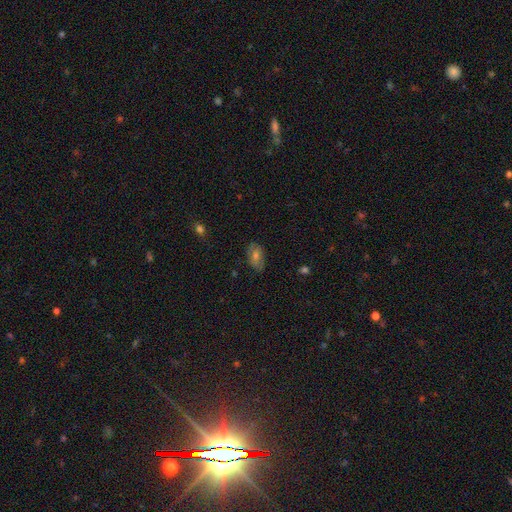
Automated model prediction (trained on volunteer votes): Overall: smooth (53%; featured or disk 29%). How rounded: in between (86%). Merging: none (78%).